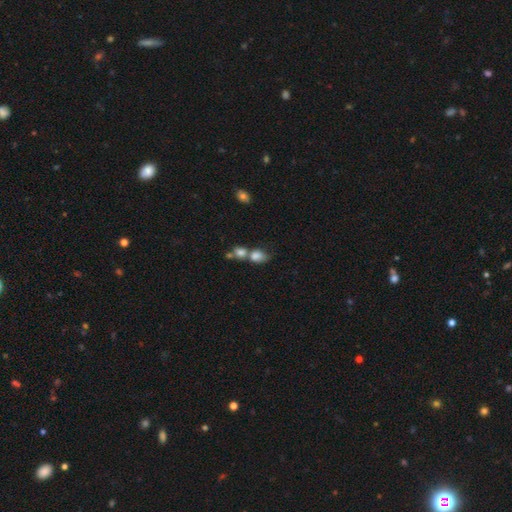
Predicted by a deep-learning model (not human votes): Smooth or featured?
  - smooth: 79% *
  - featured or disk: 11%
  - star or artifact: 10%
How rounded?
  - in between: 59% *
  - round: 39%
  - cigar-shaped: 2%
Merging?
  - merger: 62% *
  - none: 23%
  - minor disturbance: 9%
  - major disturbance: 6%